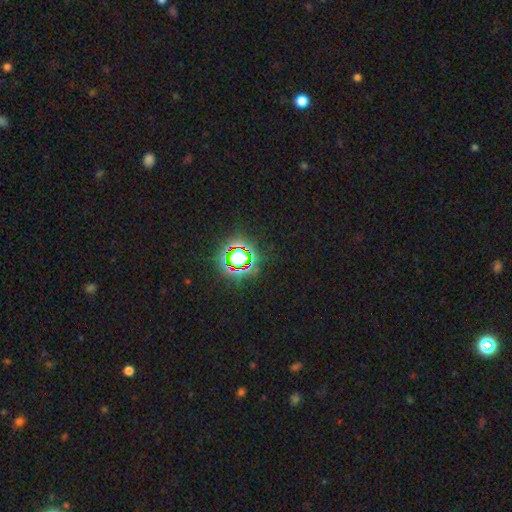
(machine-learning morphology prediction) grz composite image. It shows a star or artifact, not a galaxy (81%).